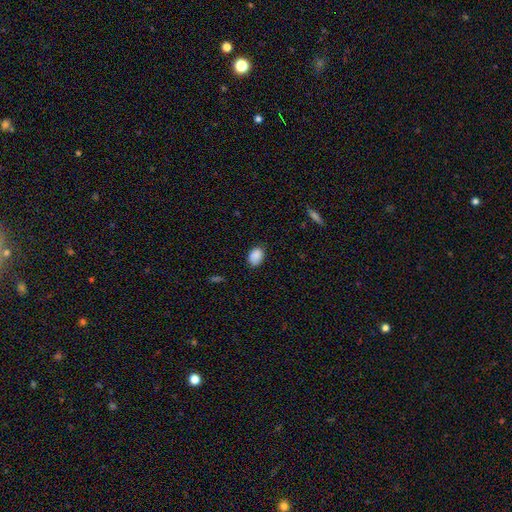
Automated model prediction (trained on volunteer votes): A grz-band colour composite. It shows a smooth galaxy with no disk features (89%) that is in between round and cigar-shaped (78%). Merging: none (81%).